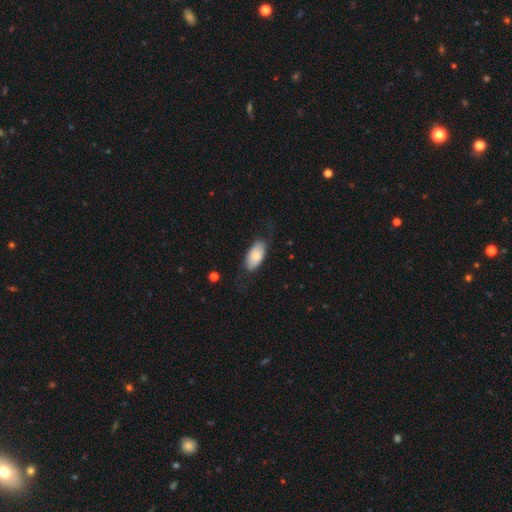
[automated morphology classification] Q: Smooth or featured?
A: smooth (77%); runner-up: featured or disk (17%)
Q: How rounded?
A: in between (93%); runner-up: cigar-shaped (5%)
Q: Merging?
A: none (67%); runner-up: minor disturbance (22%)